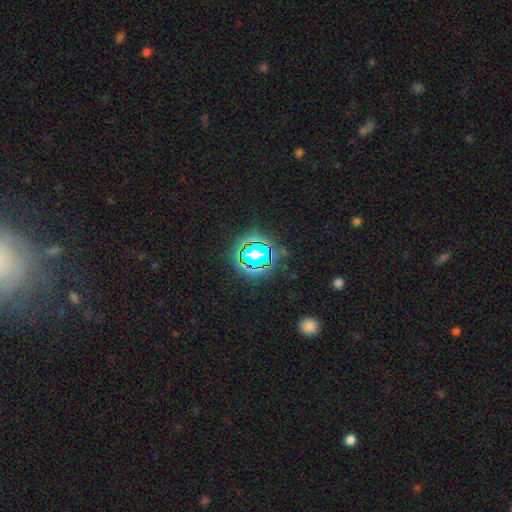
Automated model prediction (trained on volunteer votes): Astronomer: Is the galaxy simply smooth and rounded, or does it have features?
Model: star or artifact — 79%.